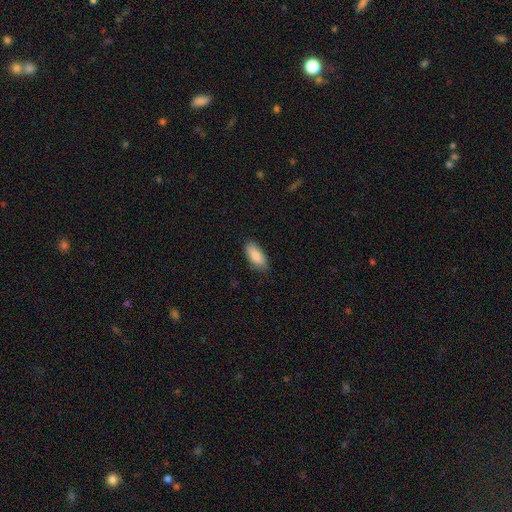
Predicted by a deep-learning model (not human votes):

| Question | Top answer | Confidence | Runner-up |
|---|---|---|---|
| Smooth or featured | smooth | 86% | featured or disk (8%) |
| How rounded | in between | 86% | cigar-shaped (12%) |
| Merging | none | 83% | minor disturbance (14%) |